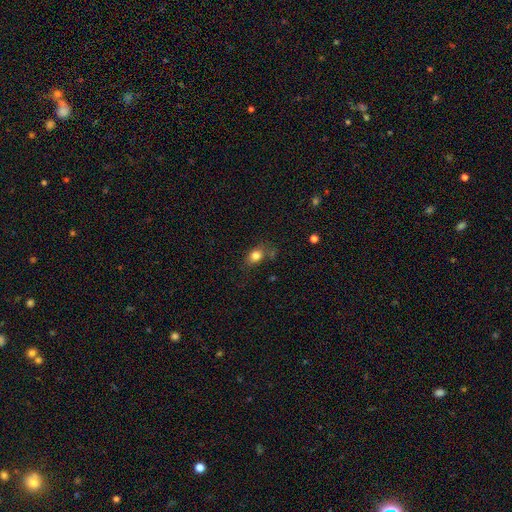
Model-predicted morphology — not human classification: A smooth galaxy with no disk features (82%) that is in between round and cigar-shaped (65%).

Vote fractions:
- Smooth or featured? smooth: 82% / star or artifact: 11% / featured or disk: 8%
- How rounded? in between: 65% / round: 34% / cigar-shaped: 2%
- Merging? none: 66% / minor disturbance: 21% / major disturbance: 8% / merger: 5%